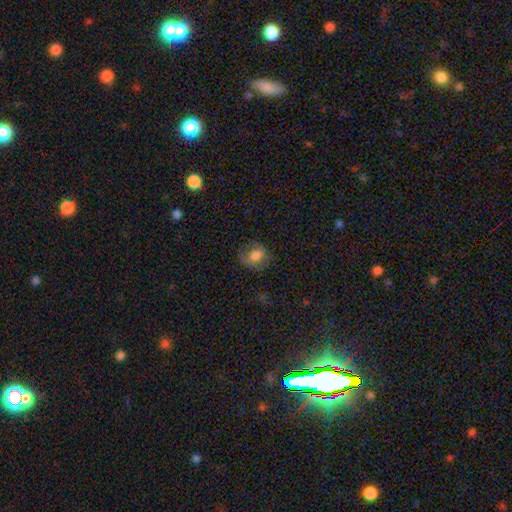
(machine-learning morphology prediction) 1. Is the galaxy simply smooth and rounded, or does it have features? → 70% smooth, 20% featured or disk, 10% star or artifact.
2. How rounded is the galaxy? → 54% round, 45% in between, 1% cigar-shaped.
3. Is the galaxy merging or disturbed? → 68% none, 20% minor disturbance, 10% major disturbance, 1% merger.